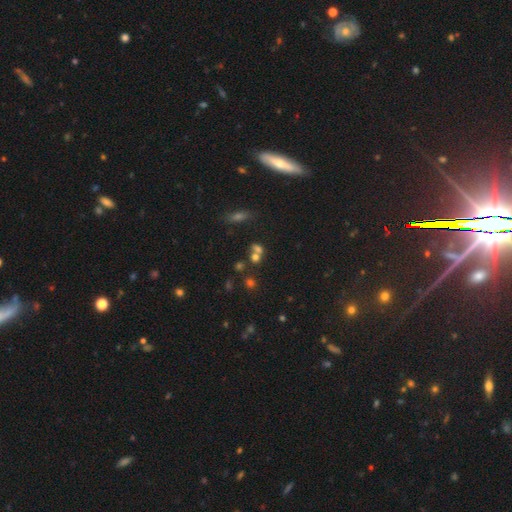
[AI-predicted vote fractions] This is possibly a smooth galaxy (56%). How rounded: likely round (73%). Merging: possibly none (45%).